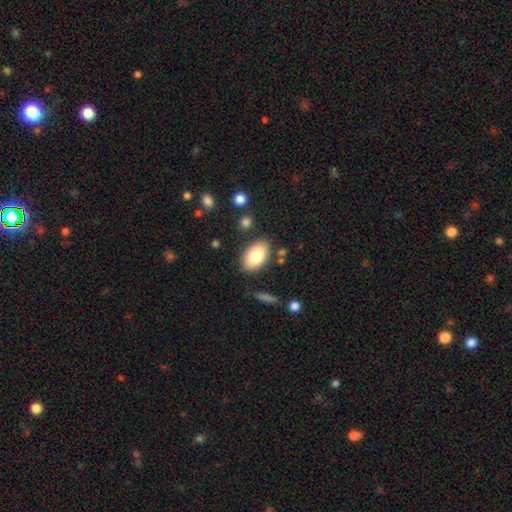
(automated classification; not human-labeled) Q: Smooth or featured?
A: smooth (80%); runner-up: featured or disk (13%)
Q: How rounded?
A: in between (90%); runner-up: round (8%)
Q: Merging?
A: none (82%); runner-up: minor disturbance (11%)